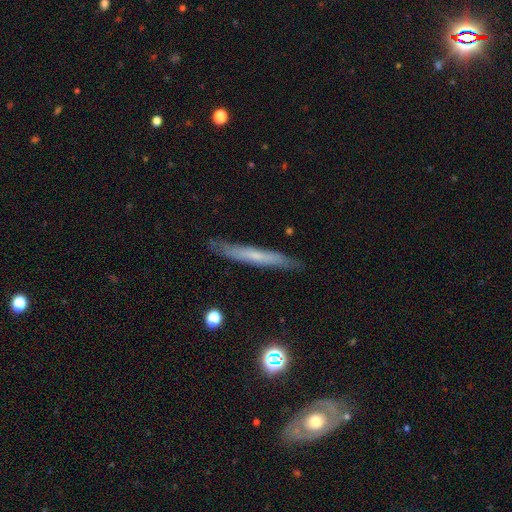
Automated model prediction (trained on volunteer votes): The model was most divided on "smooth or featured": featured or disk: 47%, smooth: 46%, star or artifact: 7%. More confident: merging — none (85%).